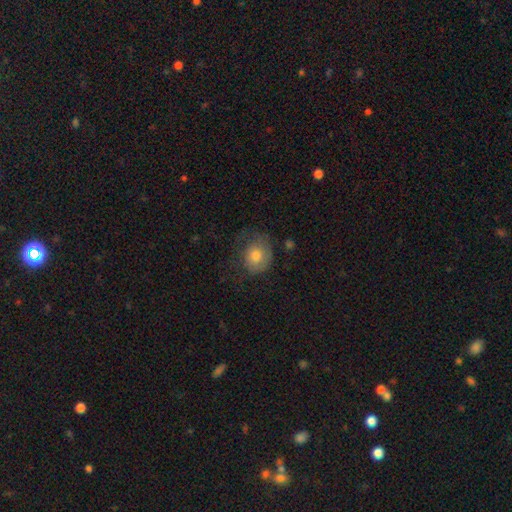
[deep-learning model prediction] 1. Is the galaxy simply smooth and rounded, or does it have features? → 70% smooth, 21% featured or disk, 9% star or artifact.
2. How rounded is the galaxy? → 67% round, 32% in between, 1% cigar-shaped.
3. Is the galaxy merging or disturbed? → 54% none, 26% minor disturbance, 18% major disturbance, 2% merger.